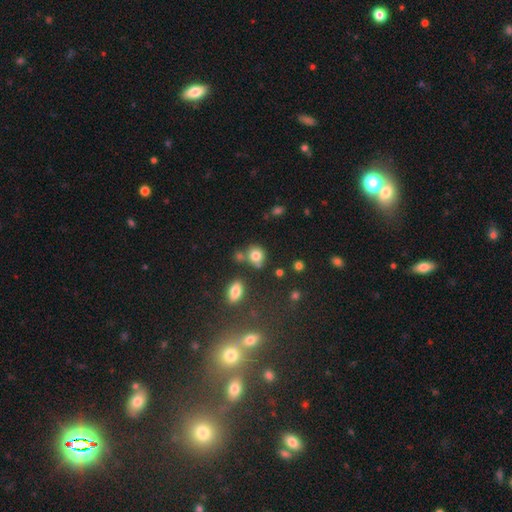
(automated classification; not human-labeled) A smooth galaxy with no disk features (79%) that is round (78%). Merging: none (65%).